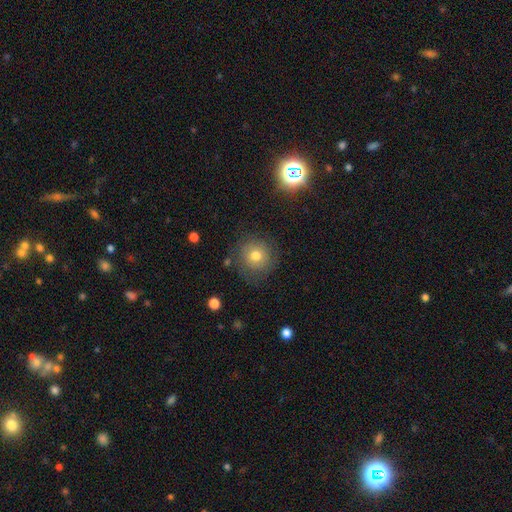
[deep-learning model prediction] A smooth galaxy with no disk features (70%) that is round (92%).

Vote fractions:
- Smooth or featured? smooth: 70% / featured or disk: 17% / star or artifact: 13%
- How rounded? round: 92% / in between: 7% / cigar-shaped: 1%
- Merging? none: 80% / minor disturbance: 12% / major disturbance: 6% / merger: 2%